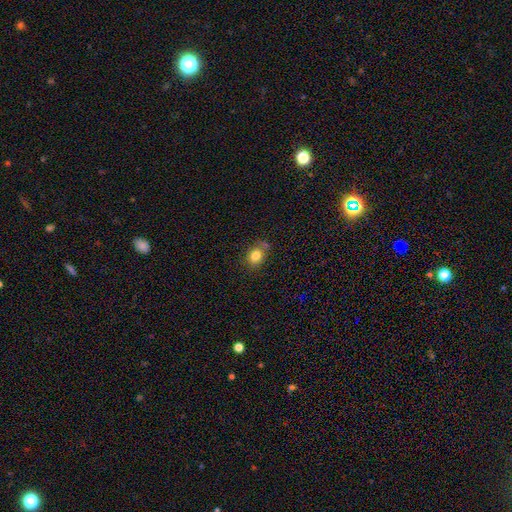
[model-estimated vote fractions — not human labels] smooth-or-featured: smooth: 81% | star or artifact: 10% | featured or disk: 9%
  how-rounded: round: 51% | in between: 48% | cigar-shaped: 1%
  merging: none: 66% | minor disturbance: 19% | merger: 10% | major disturbance: 5%